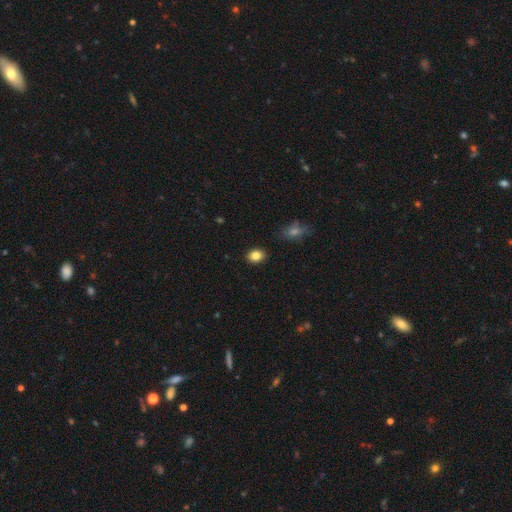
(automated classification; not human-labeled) Overall: smooth (85%). How rounded: in between (53%; round 46%). Merging: none (89%).